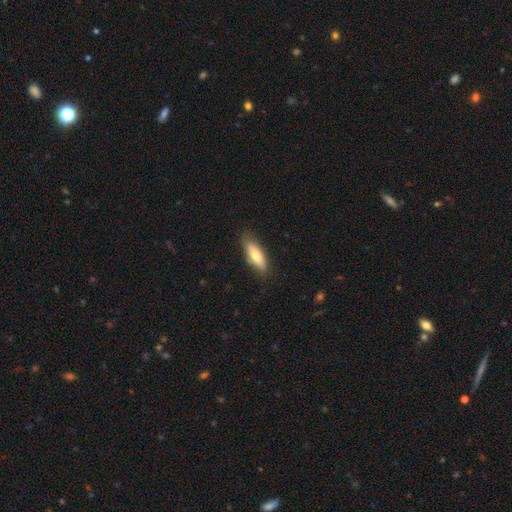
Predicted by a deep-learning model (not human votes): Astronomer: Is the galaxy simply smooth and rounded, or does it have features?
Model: smooth — 73%.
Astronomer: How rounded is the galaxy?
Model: in between — 60% (runner-up: cigar-shaped, 38%).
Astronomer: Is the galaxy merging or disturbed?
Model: none — 78%.